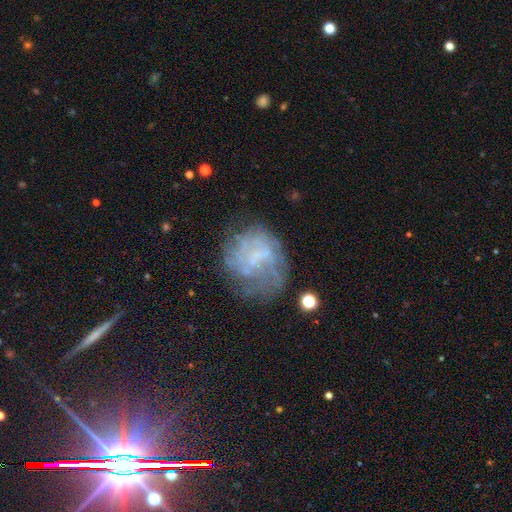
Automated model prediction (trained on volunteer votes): This appears to be a featured or disk galaxy (59%) with no bar (58%), spiral arms (59%) and no central bulge (55%). Merging: none (55%).